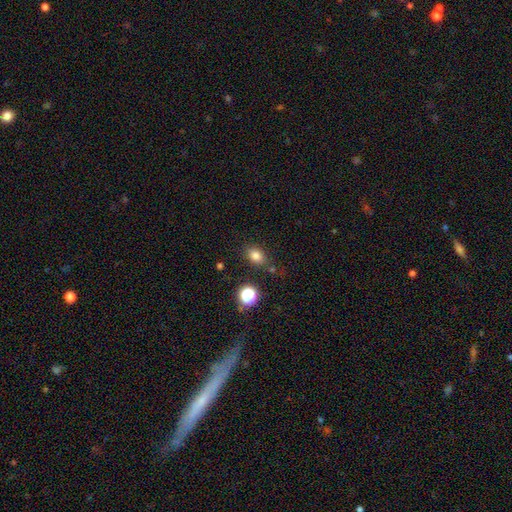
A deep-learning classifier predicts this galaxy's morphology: Q: Smooth or featured?
A: smooth (80%); runner-up: star or artifact (14%)
Q: How rounded?
A: in between (68%); runner-up: round (31%)
Q: Merging?
A: none (77%); runner-up: minor disturbance (14%)